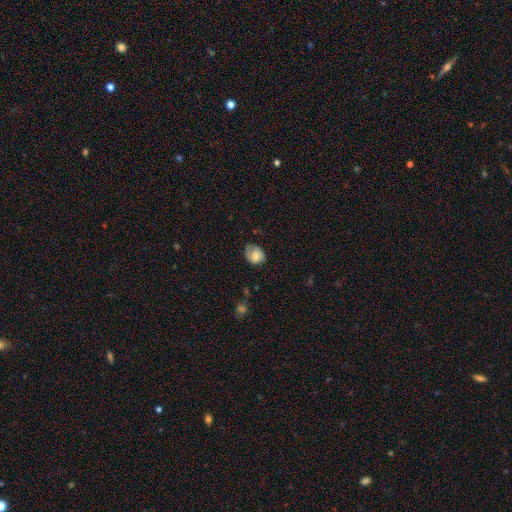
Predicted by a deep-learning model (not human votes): Smooth or featured: smooth — 70% (featured or disk — 22%)
How rounded: round — 56% (in between — 44%)
Merging: none — 59% (minor disturbance — 30%)